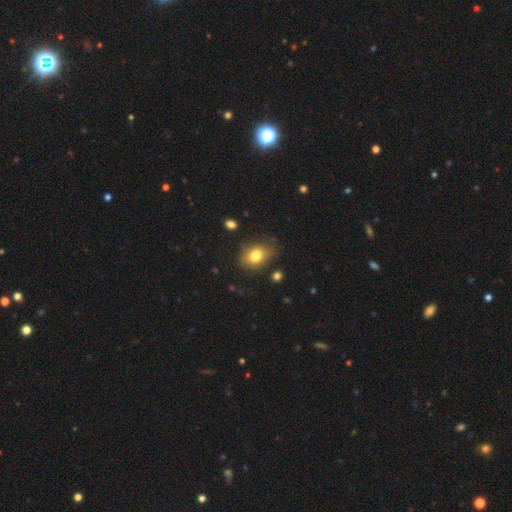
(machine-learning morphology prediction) Smooth or featured?
  - smooth: 77% *
  - featured or disk: 13%
  - star or artifact: 9%
How rounded?
  - in between: 69% *
  - round: 30%
  - cigar-shaped: 1%
Merging?
  - none: 69% *
  - minor disturbance: 23%
  - major disturbance: 6%
  - merger: 2%